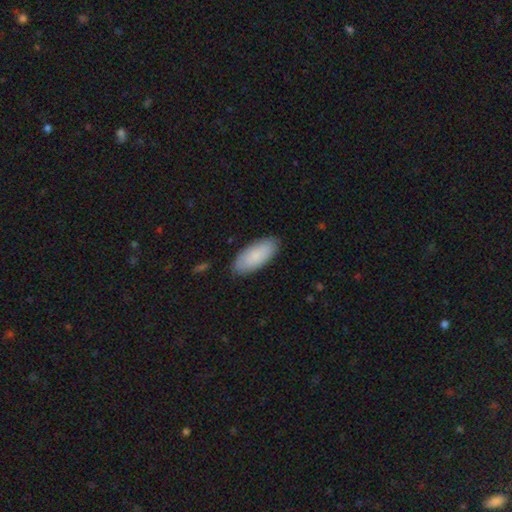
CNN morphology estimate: A smooth galaxy with no disk features (87%) that is in between round and cigar-shaped (86%).

Vote fractions:
- Smooth or featured? smooth: 87% / featured or disk: 8% / star or artifact: 5%
- How rounded? in between: 86% / cigar-shaped: 13% / round: 2%
- Merging? none: 87% / minor disturbance: 10% / major disturbance: 2% / merger: 1%